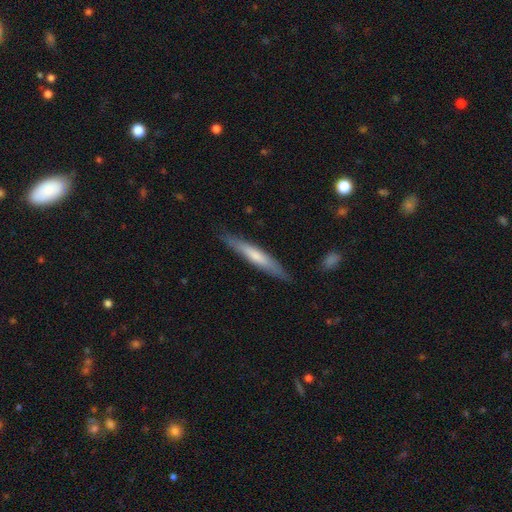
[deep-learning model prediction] smooth_or_featured: smooth (p=0.58) [alt: featured or disk p=0.37]
how_rounded: cigar-shaped (p=0.93) [alt: in between p=0.06]
merging: none (p=0.85) [alt: minor disturbance p=0.12]